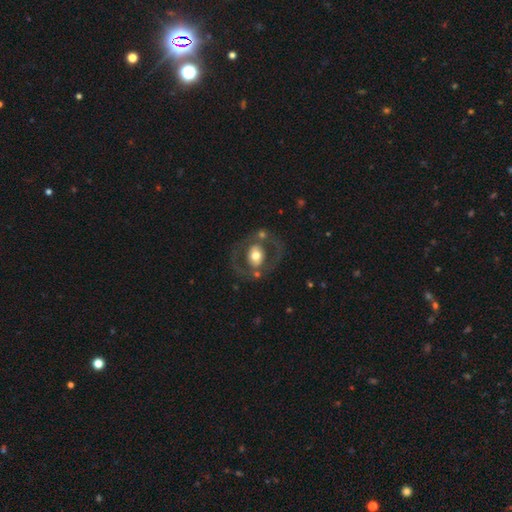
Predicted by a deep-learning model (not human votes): smooth_or_featured: featured or disk (p=0.56) [alt: smooth p=0.38]
disk_edge_on: no (p=0.94) [alt: yes p=0.06]
bar: no (p=0.74) [alt: weak p=0.17]
has_spiral_arms: no (p=0.78) [alt: yes p=0.22]
bulge_size: moderate (p=0.61) [alt: large p=0.29]
merging: none (p=0.69) [alt: minor disturbance p=0.14]